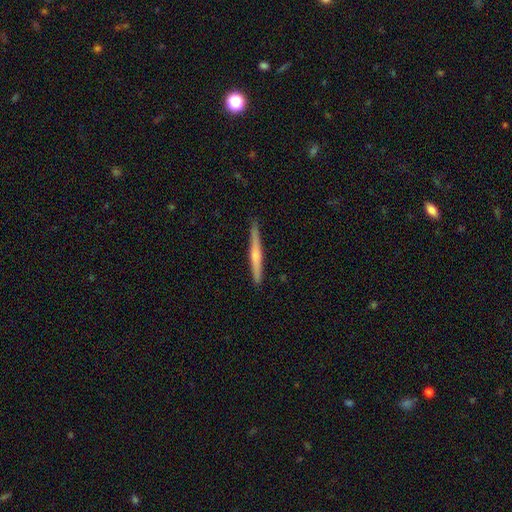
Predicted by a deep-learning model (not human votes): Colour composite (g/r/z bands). It shows a featured or disk galaxy (55%) viewed edge-on (98%) with a rounded central bulge (64%). Merging: none (90%).